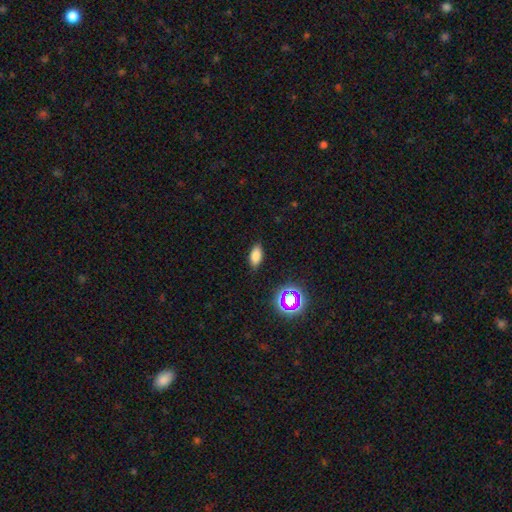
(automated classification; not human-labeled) Smooth or featured? Predicted: smooth (p=0.78). How rounded? Predicted: in between (p=0.88). Merging? Predicted: none (p=0.87).